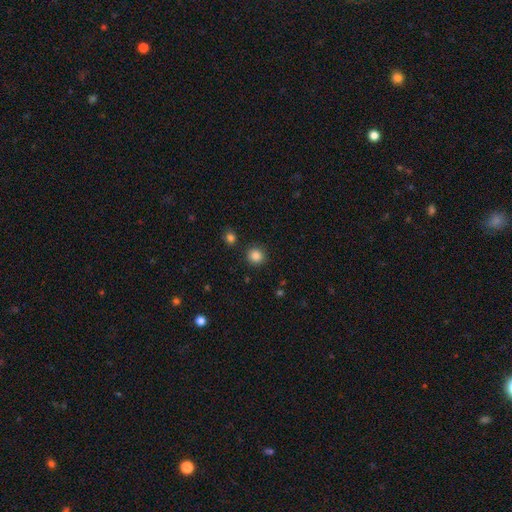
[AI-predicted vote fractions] Smooth or featured: smooth — 85% (star or artifact — 11%)
How rounded: round — 89% (in between — 10%)
Merging: none — 89% (minor disturbance — 6%)